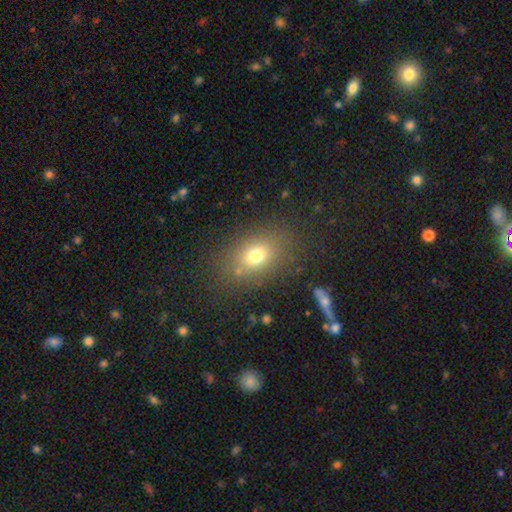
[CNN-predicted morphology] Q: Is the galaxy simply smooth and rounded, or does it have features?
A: smooth — 72%.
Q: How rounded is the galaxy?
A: in between — 68%.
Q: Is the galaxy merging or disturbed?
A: none — 80%.